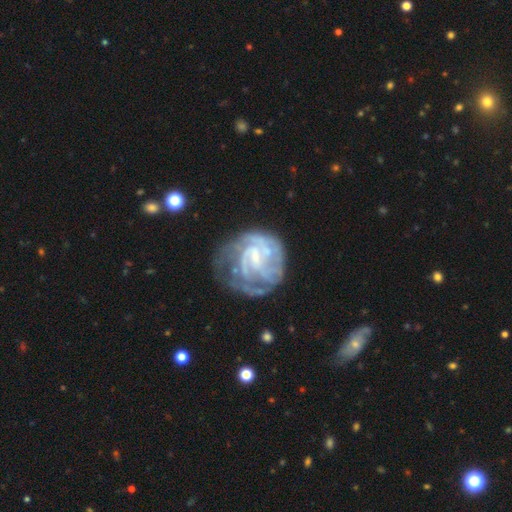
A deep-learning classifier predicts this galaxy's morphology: A featured or disk galaxy (82%) with a weak bar (48%), tight (60%) spiral arms (89%) and a small central bulge (46%).

Vote fractions:
- Smooth or featured? featured or disk: 82% / smooth: 11% / star or artifact: 7%
- Edge-on disk? no: 98% / yes: 2%
- Bar? weak: 48% / no: 38% / strong: 14%
- Spiral arms? yes: 89% / no: 11%
- Spiral winding? tight: 60% / medium: 31% / loose: 9%
- Spiral arm count? can't tell: 39% / 2: 20% / 3: 19% / 4: 10% / 1: 7% / more than 4: 6%
- Bulge size? small: 46% / none: 35% / moderate: 16% / large: 2% / dominant: 1%
- Merging? none: 54% / minor disturbance: 23% / major disturbance: 21% / merger: 3%